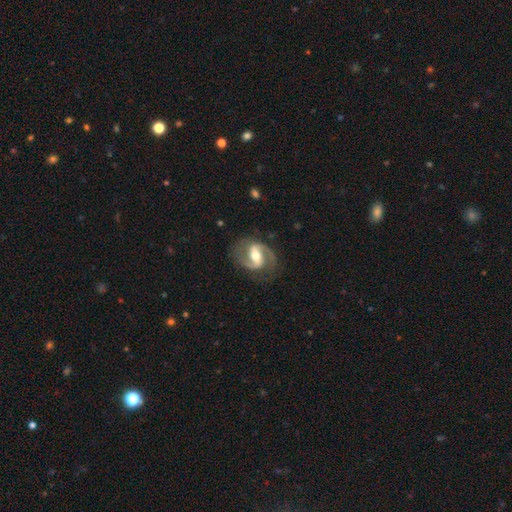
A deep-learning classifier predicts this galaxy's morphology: This appears to be a featured or disk galaxy (90%) with a strong bar (43%), 2 (92%) medium (57%) spiral arms (97%) and a moderate central bulge (70%). Merging: none (78%).